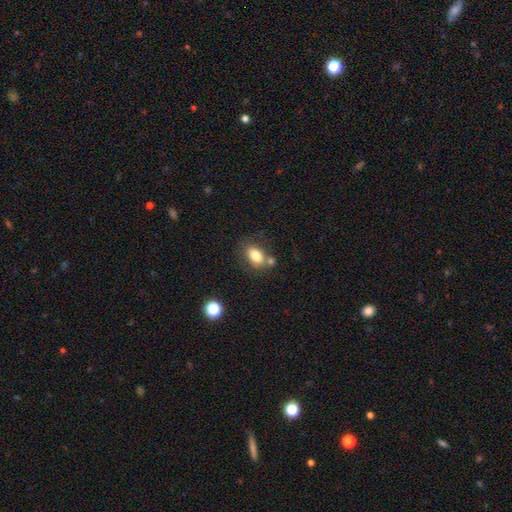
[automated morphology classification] smooth 80%, featured or disk 11%, star or artifact 9%. Down the decision tree: how rounded — in between (82%); merging — none (60%).